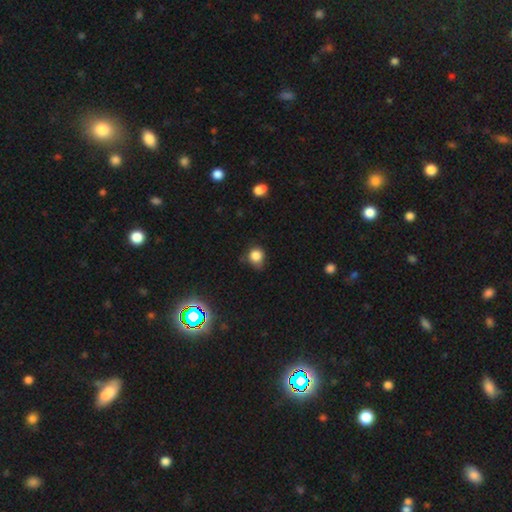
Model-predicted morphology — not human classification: This appears to be a smooth galaxy with no disk features (82%) that is round (84%). Merging: none (63%).